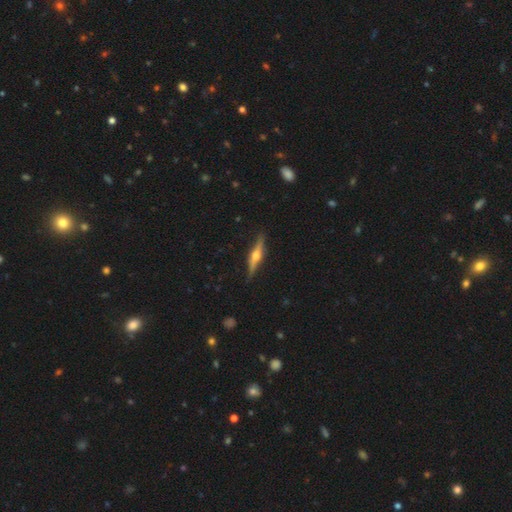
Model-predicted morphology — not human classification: type=featured or disk (76%); edge-on=yes (97%); edge-on bulge=rounded (94%); merging=none (88%).